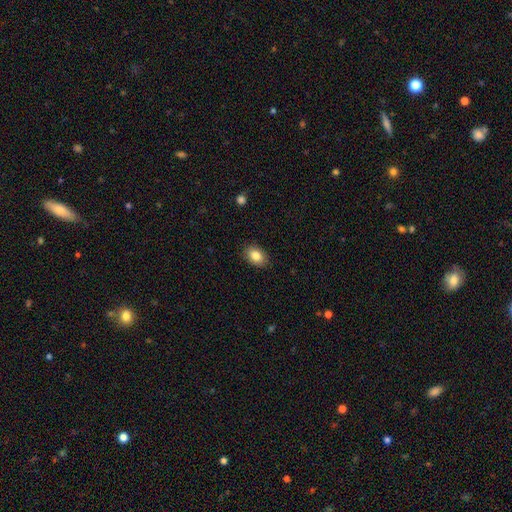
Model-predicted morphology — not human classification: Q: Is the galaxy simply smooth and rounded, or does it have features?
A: smooth — 84%.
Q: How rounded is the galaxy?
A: in between — 80%.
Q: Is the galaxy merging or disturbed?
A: none — 87%.